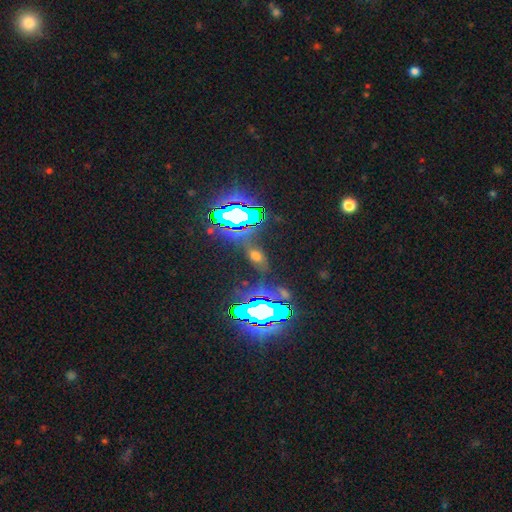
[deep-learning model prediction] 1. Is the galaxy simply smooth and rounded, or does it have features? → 51% star or artifact, 36% smooth, 13% featured or disk.